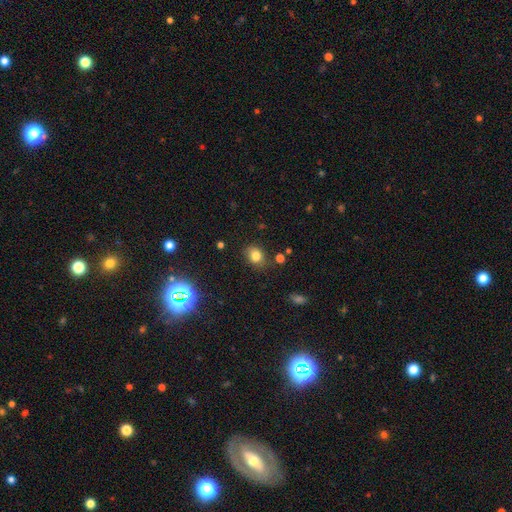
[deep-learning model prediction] The model was most divided on "how rounded": round: 51%, in between: 48%, cigar-shaped: 1%. More confident: merging — none (78%); smooth or featured — smooth (78%).